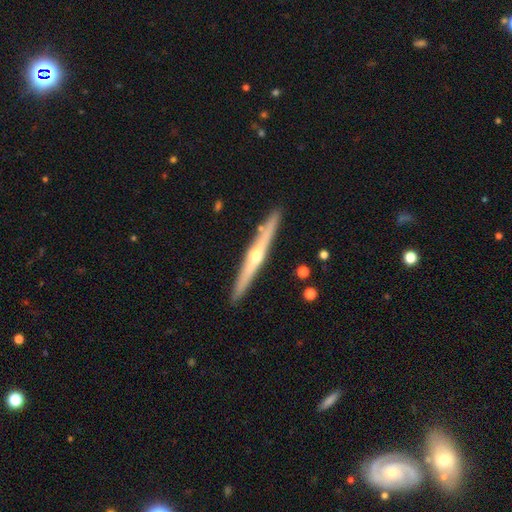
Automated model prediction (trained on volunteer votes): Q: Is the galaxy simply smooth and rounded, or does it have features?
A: featured or disk — 74%.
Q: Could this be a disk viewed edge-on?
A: yes — 98%.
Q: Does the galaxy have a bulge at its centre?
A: rounded — 86%.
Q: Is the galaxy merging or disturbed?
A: none — 92%.